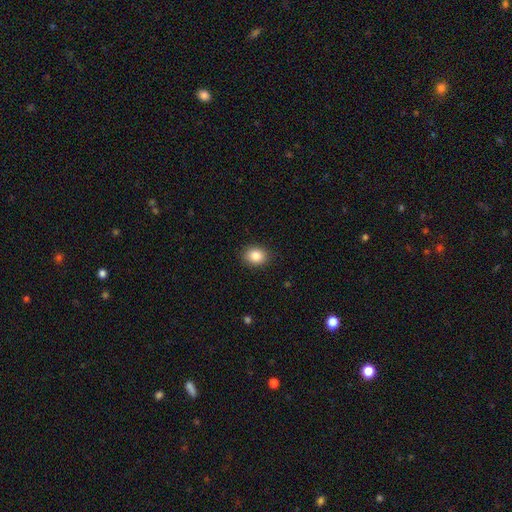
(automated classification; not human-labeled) Smooth or featured? Predicted: smooth (p=0.85). How rounded? Predicted: round (p=0.51). Merging? Predicted: none (p=0.90).